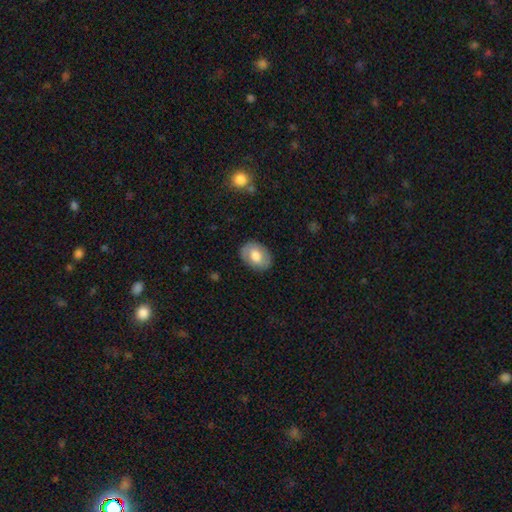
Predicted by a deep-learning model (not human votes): Q: Smooth or featured?
A: smooth (69%); runner-up: featured or disk (24%)
Q: How rounded?
A: in between (79%); runner-up: round (20%)
Q: Merging?
A: none (85%); runner-up: minor disturbance (11%)